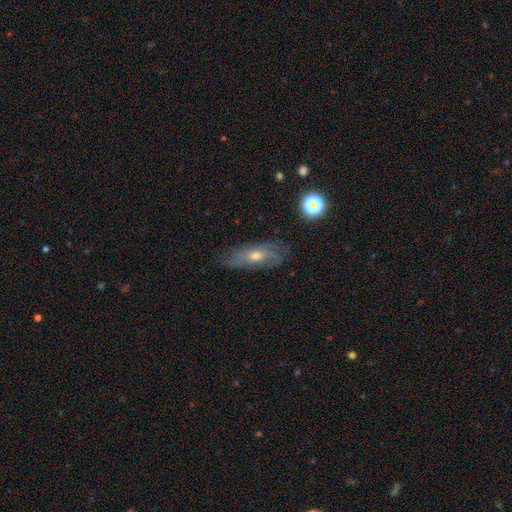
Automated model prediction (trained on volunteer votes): smooth-or-featured: featured or disk: 51% | smooth: 38% | star or artifact: 11%
  disk-edge-on: no: 68% | yes: 32%
  merging: none: 72% | minor disturbance: 20% | major disturbance: 6% | merger: 2%